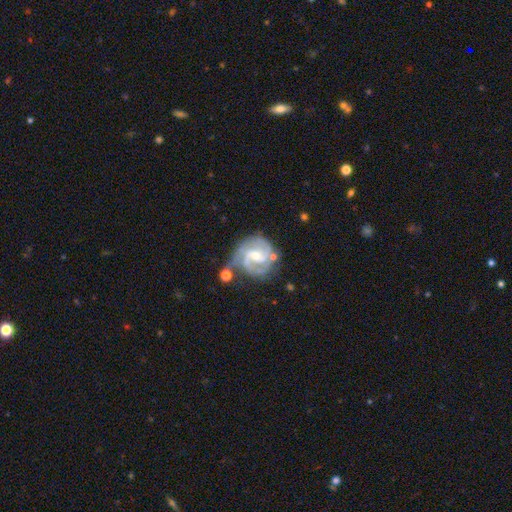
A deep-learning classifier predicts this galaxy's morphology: The model was most divided on "spiral winding": tight: 46%, medium: 45%, loose: 9%. Remaining: edge-on disk — no (98%); spiral arms — yes (97%); smooth or featured — featured or disk (89%); spiral arm count — 2 (58%); merging — none (54%); bulge size — small (52%); bar — weak (49%).